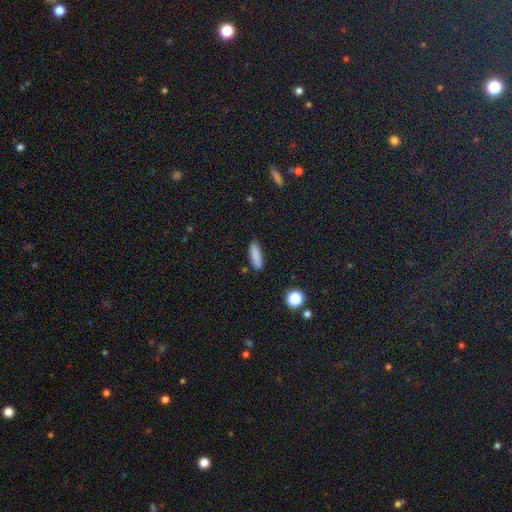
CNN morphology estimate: A smooth galaxy with no disk features (86%) that is cigar-shaped (49%). Merging: none (87%).